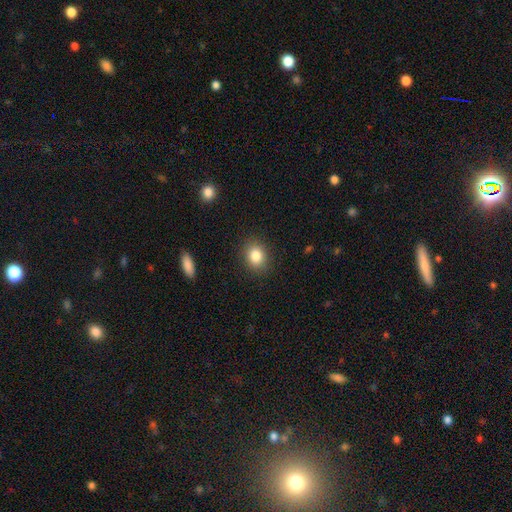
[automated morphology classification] smooth_or_featured: smooth (p=0.84) [alt: star or artifact p=0.10]
how_rounded: round (p=0.52) [alt: in between p=0.47]
merging: none (p=0.88) [alt: minor disturbance p=0.08]